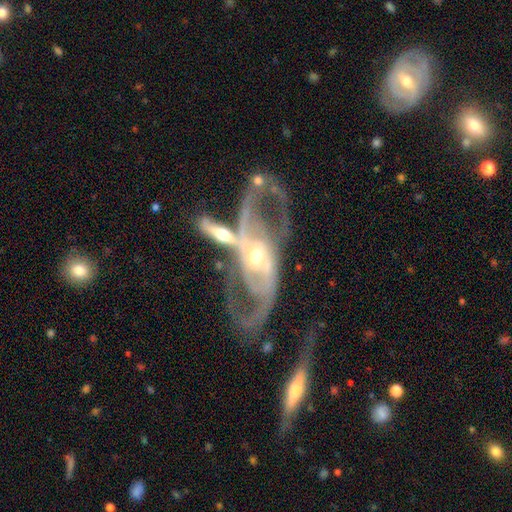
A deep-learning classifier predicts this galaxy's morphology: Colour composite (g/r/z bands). It shows a featured or disk galaxy (86%) with no bar (50%), 2 (69%) medium (44%) spiral arms (83%) and a moderate central bulge (51%). Merging: none (35%).